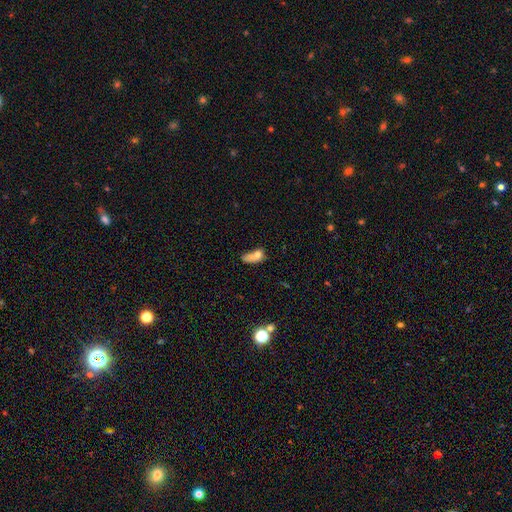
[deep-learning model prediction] Overall: smooth (69%). How rounded: in between (76%). Merging: major disturbance (28%; none 24%).